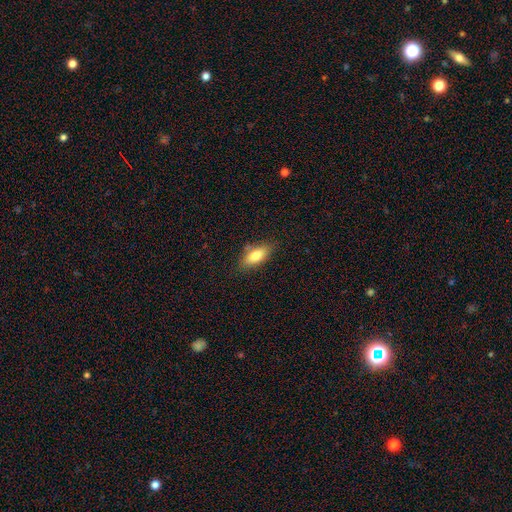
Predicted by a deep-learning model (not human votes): Overall: smooth (77%). How rounded: in between (81%). Merging: none (80%).